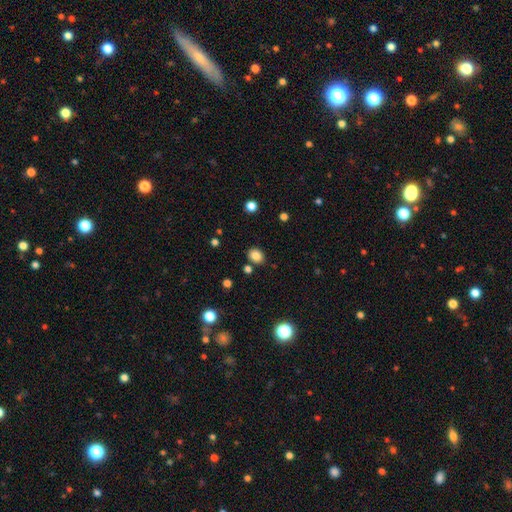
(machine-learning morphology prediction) Overall: smooth (83%). How rounded: round (52%; in between 47%). Merging: none (83%).